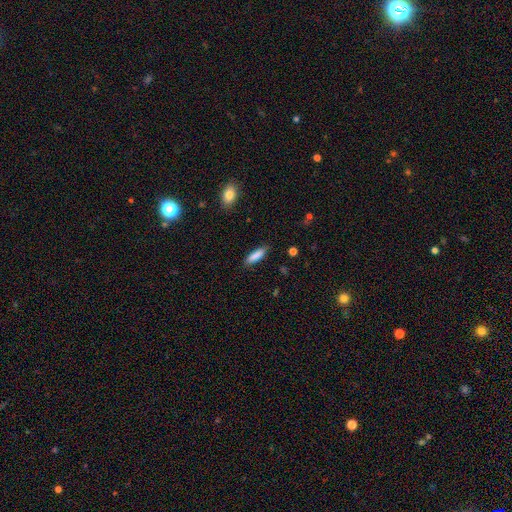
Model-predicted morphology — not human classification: smooth_or_featured: smooth (p=0.86) [alt: featured or disk p=0.08]
how_rounded: cigar-shaped (p=0.58) [alt: in between p=0.40]
merging: none (p=0.83) [alt: minor disturbance p=0.13]